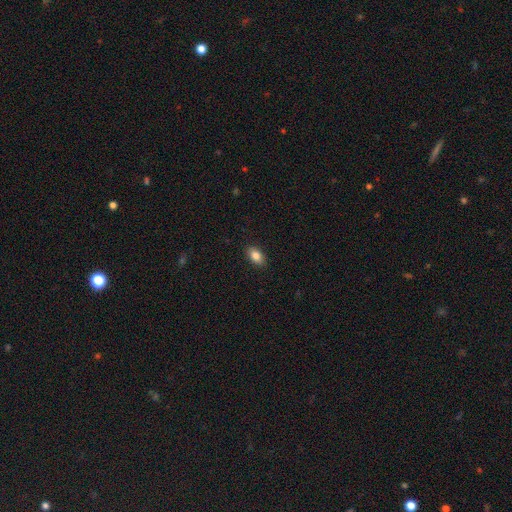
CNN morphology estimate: type=smooth (85%); roundness=in between (90%); merging=none (89%).